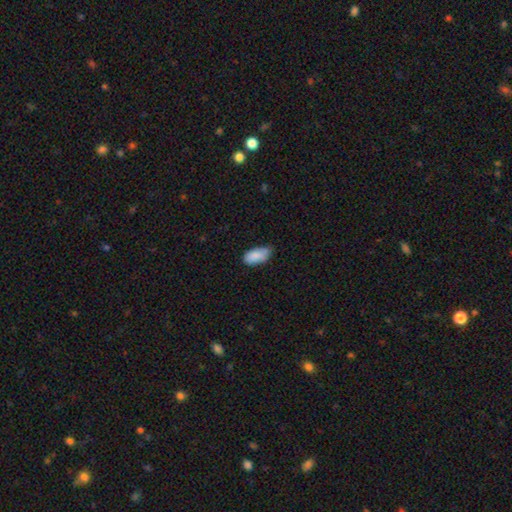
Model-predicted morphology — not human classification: Smooth or featured? Predicted: smooth (p=0.87). How rounded? Predicted: in between (p=0.92). Merging? Predicted: none (p=0.61).